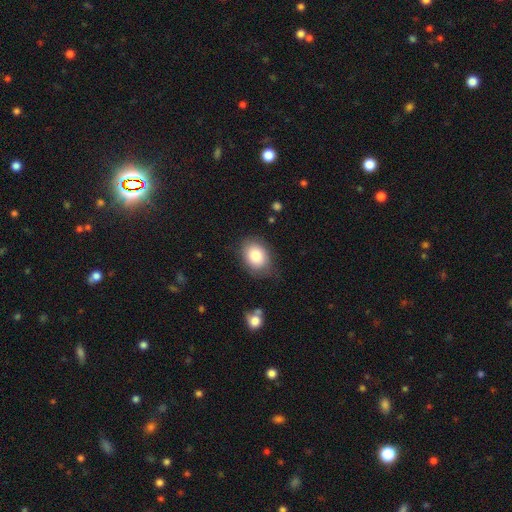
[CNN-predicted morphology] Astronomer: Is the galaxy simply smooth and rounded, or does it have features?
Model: smooth — 83%.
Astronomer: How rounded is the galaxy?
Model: in between — 69%.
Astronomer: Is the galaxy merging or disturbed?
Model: none — 75%.